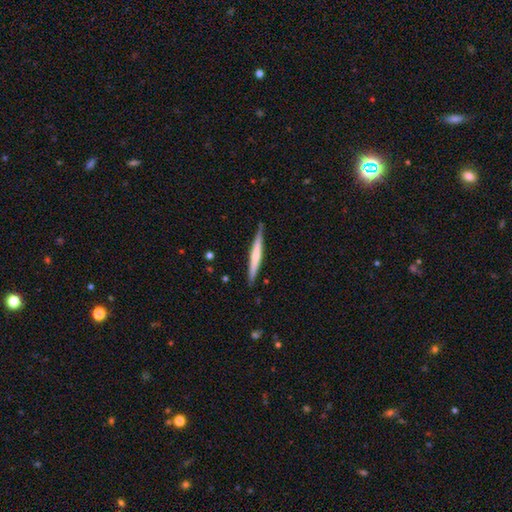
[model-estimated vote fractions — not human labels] A featured or disk galaxy (48%).

Vote fractions:
- Smooth or featured? featured or disk: 48% / smooth: 47% / star or artifact: 5%
- Merging? none: 87% / minor disturbance: 11% / major disturbance: 2% / merger: 1%